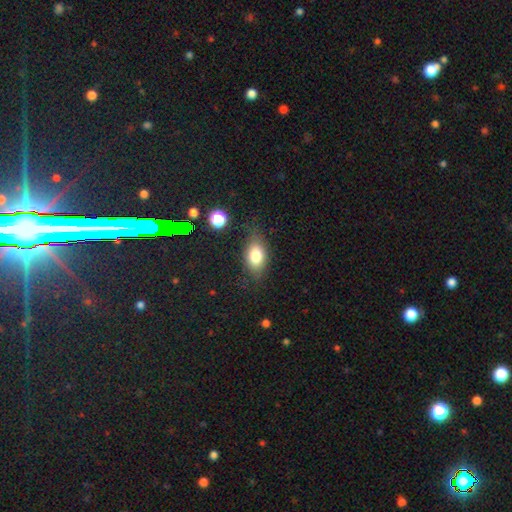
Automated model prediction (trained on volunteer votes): Q: Smooth or featured?
A: smooth (79%); runner-up: featured or disk (12%)
Q: How rounded?
A: in between (85%); runner-up: round (11%)
Q: Merging?
A: none (73%); runner-up: minor disturbance (19%)